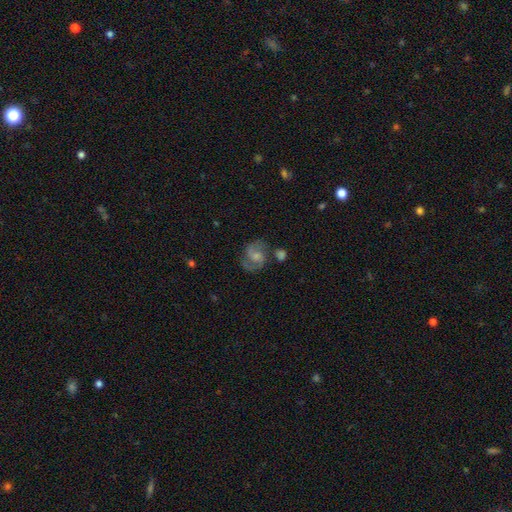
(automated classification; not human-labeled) featured or disk 79%, smooth 14%, star or artifact 7%. Down the decision tree: edge-on disk — no (98%); bar — no (52%); spiral arms — yes (95%); spiral arm count — 2 (89%); spiral winding — medium (57%); bulge size — small (43%); merging — none (66%).